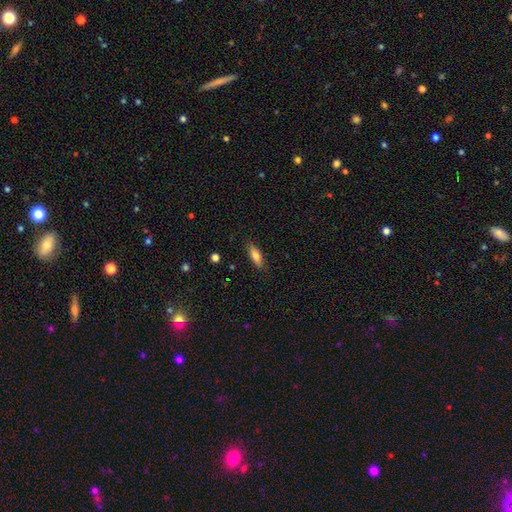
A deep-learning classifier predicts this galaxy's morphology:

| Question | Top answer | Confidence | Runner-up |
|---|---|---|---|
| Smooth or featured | smooth | 79% | featured or disk (14%) |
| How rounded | in between | 63% | cigar-shaped (35%) |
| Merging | none | 85% | minor disturbance (11%) |